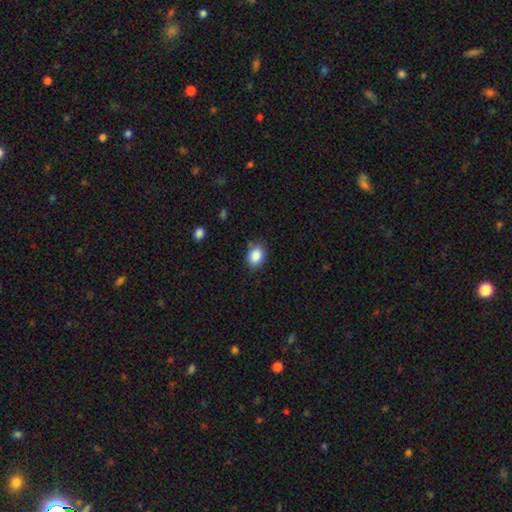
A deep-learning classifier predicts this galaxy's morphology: Q: Smooth or featured?
A: smooth (88%); runner-up: star or artifact (8%)
Q: How rounded?
A: in between (68%); runner-up: round (31%)
Q: Merging?
A: none (82%); runner-up: minor disturbance (13%)